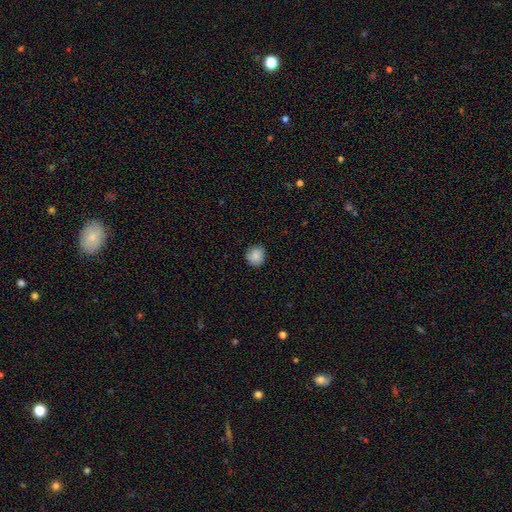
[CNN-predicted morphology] This appears to be a smooth galaxy with no disk features (87%) that is round (91%). Merging: none (87%).